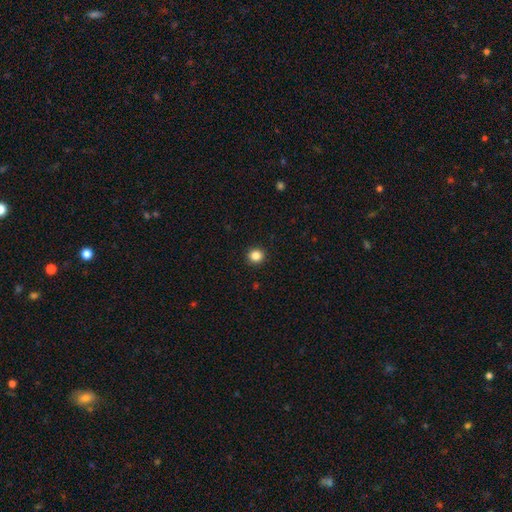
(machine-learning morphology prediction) This appears to be a smooth galaxy with no disk features (85%) that is round (91%). Merging: none (93%).